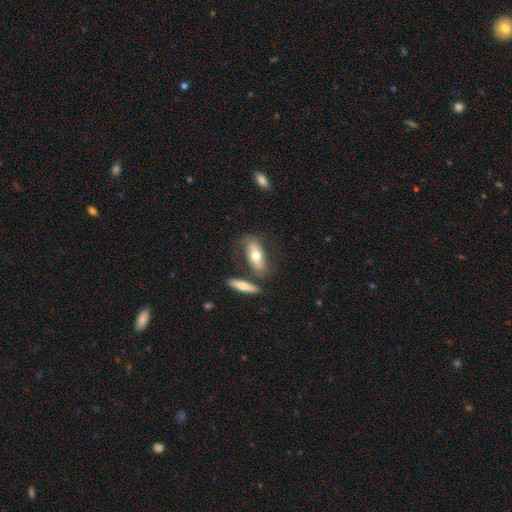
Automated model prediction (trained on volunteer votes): The model was most divided on "smooth or featured": smooth: 60%, featured or disk: 34%, star or artifact: 6%. More confident: how rounded — in between (71%); merging — none (63%).